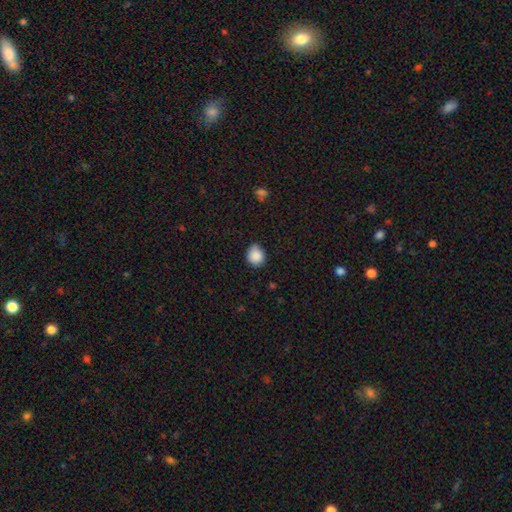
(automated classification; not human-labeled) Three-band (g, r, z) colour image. It shows a smooth galaxy with no disk features (88%) that is round (73%). Merging: none (72%).